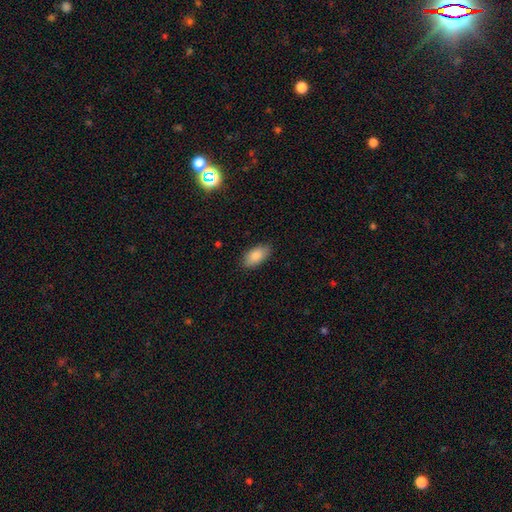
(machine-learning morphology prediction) The model was most divided on "merging": none: 86%, minor disturbance: 10%, major disturbance: 2%, merger: 1%. More confident: how rounded — in between (93%); smooth or featured — smooth (86%).